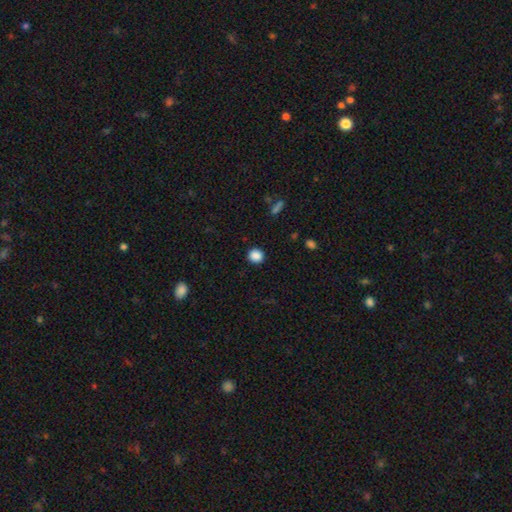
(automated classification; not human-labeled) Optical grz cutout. It shows a smooth galaxy with no disk features (88%) that is round (87%). Merging: none (90%).